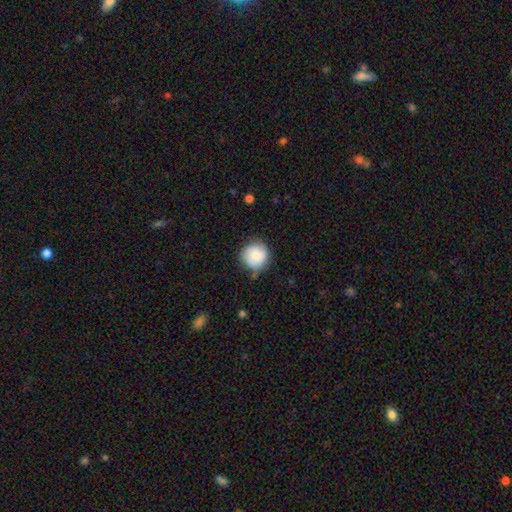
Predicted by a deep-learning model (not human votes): Smooth or featured?
  - smooth: 82% *
  - featured or disk: 10%
  - star or artifact: 8%
How rounded?
  - round: 93% *
  - in between: 6%
  - cigar-shaped: 1%
Merging?
  - none: 74% *
  - minor disturbance: 20%
  - major disturbance: 4%
  - merger: 2%